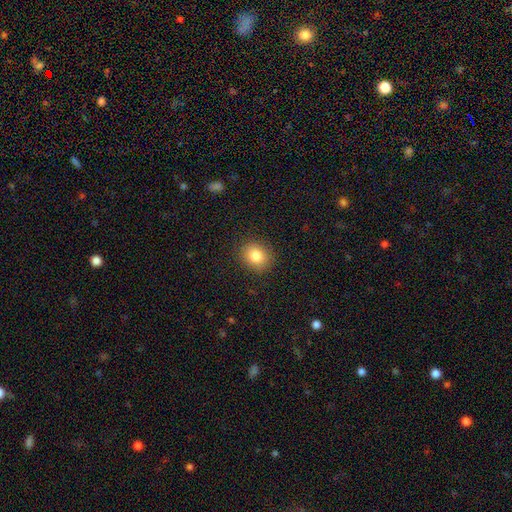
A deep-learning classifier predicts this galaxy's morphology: A smooth galaxy with no disk features (84%) that is round (67%).

Vote fractions:
- Smooth or featured? smooth: 84% / star or artifact: 10% / featured or disk: 7%
- How rounded? round: 67% / in between: 32% / cigar-shaped: 1%
- Merging? none: 88% / minor disturbance: 8% / major disturbance: 3% / merger: 1%